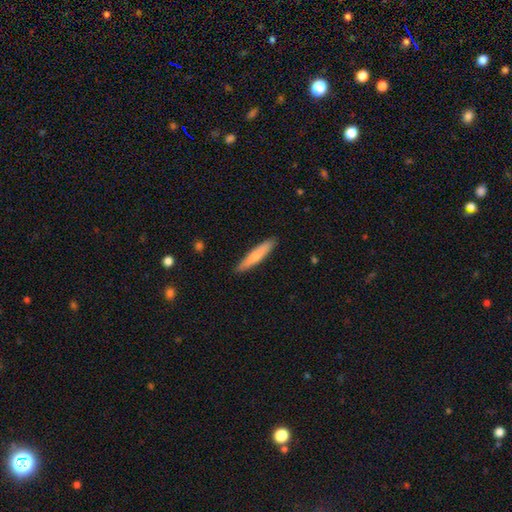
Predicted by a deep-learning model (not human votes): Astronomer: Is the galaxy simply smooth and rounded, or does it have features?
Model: smooth — 70%.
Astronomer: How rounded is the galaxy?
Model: cigar-shaped — 90%.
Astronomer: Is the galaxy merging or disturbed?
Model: none — 90%.